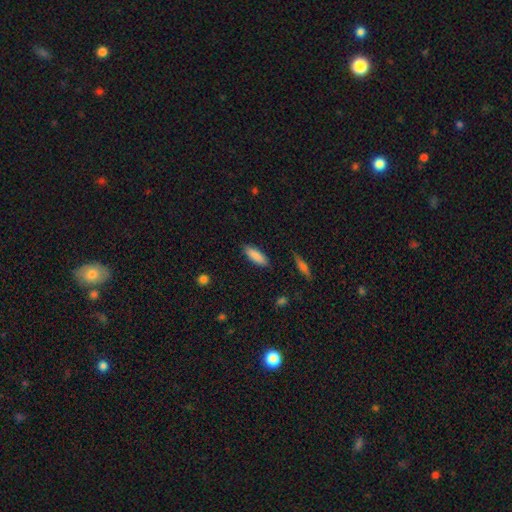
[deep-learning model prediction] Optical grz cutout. It shows a smooth galaxy with no disk features (87%) that is in between round and cigar-shaped (58%). Merging: none (86%).